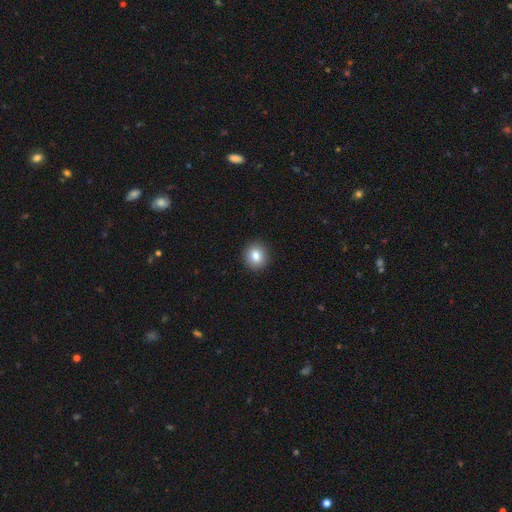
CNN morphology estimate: Q: Smooth or featured?
A: smooth (84%); runner-up: star or artifact (10%)
Q: How rounded?
A: round (87%); runner-up: in between (12%)
Q: Merging?
A: none (92%); runner-up: minor disturbance (5%)